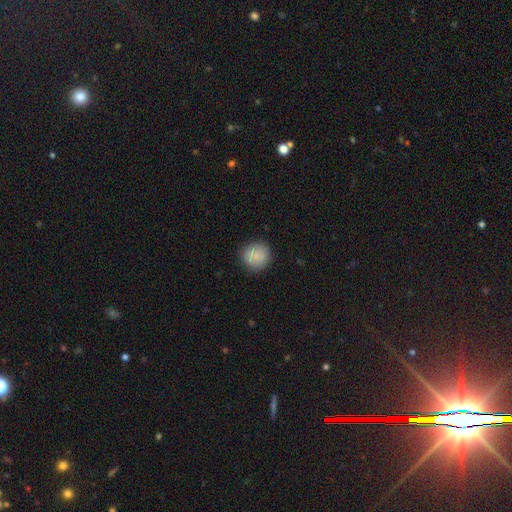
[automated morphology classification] A smooth galaxy with no disk features (85%) that is round (92%). Merging: none (88%).